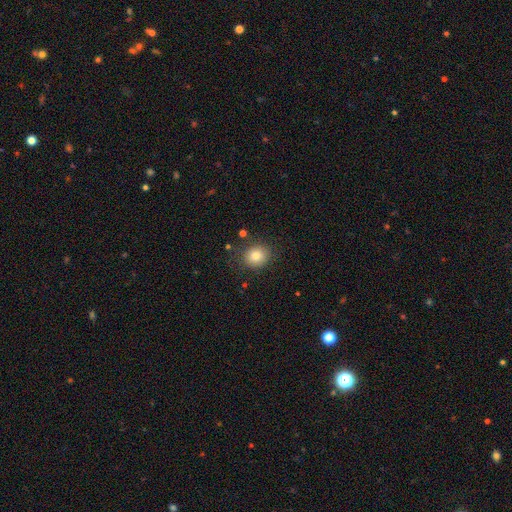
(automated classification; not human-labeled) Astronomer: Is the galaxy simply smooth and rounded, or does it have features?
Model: smooth — 81%.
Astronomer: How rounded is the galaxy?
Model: round — 75%.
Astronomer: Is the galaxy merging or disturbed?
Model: none — 83%.